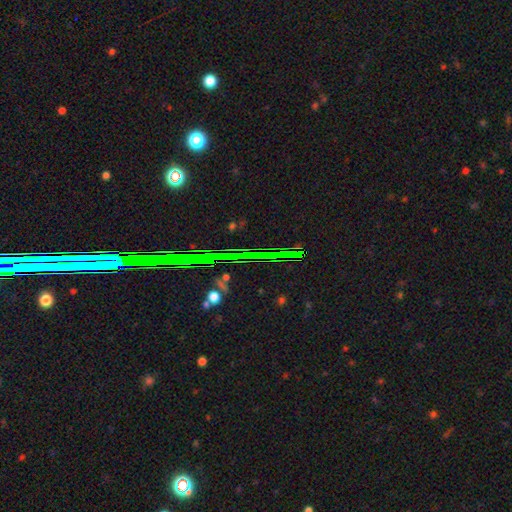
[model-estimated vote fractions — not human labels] star or artifact 79%, featured or disk 11%, smooth 9%.